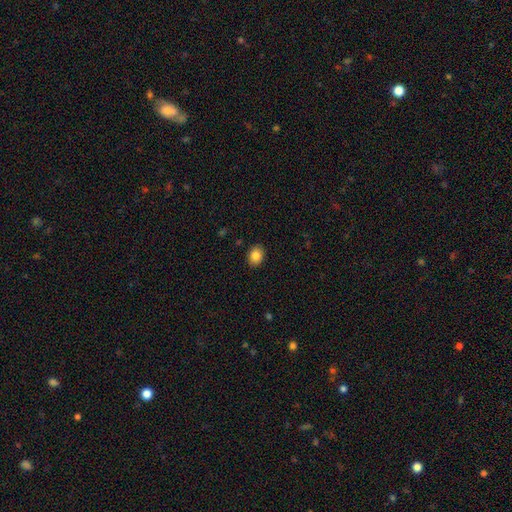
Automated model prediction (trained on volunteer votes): A smooth galaxy with no disk features (85%) that is in between round and cigar-shaped (59%).

Vote fractions:
- Smooth or featured? smooth: 85% / star or artifact: 9% / featured or disk: 6%
- How rounded? in between: 59% / round: 40% / cigar-shaped: 1%
- Merging? none: 89% / minor disturbance: 8% / major disturbance: 2% / merger: 1%